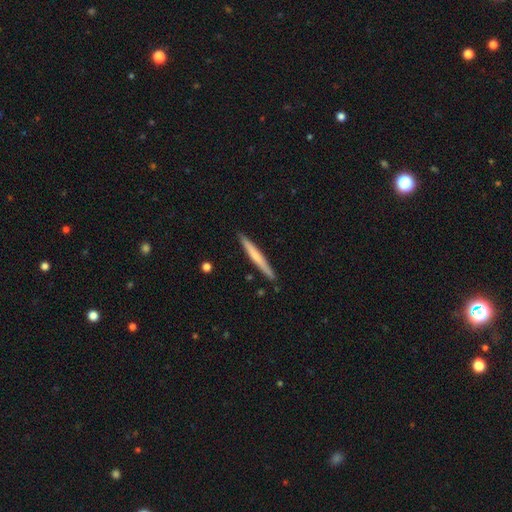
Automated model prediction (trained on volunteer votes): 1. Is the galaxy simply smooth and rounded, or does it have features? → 53% smooth, 42% featured or disk, 5% star or artifact.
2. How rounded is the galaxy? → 97% cigar-shaped, 2% in between, 1% round.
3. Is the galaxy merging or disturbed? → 90% none, 7% minor disturbance, 2% merger, 1% major disturbance.